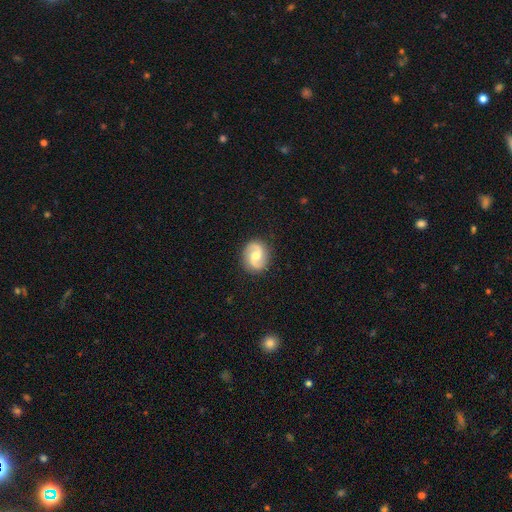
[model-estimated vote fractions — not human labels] Smooth or featured? featured or disk (82%)
Edge-on disk? no (98%)
Bar? no (48%)
Spiral arms? yes (96%)
Spiral winding? medium (47%)
Spiral arm count? 2 (94%)
Bulge size? moderate (69%)
Merging? none (87%)